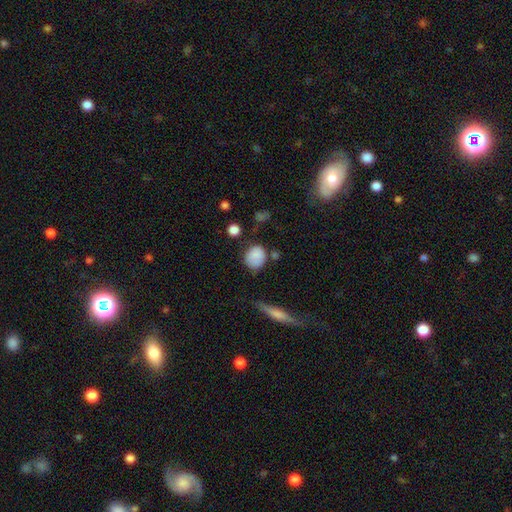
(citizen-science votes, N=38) This appears to be a smooth galaxy with no disk features (84%) that is round (50%, tied with in between). Merging: none (50%).